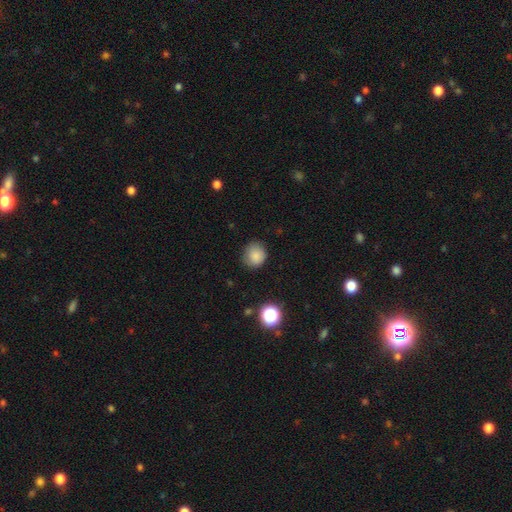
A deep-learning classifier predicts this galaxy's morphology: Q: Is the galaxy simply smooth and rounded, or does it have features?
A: smooth — 84%.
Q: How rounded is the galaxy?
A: round — 83%.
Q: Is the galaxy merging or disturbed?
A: none — 78%.